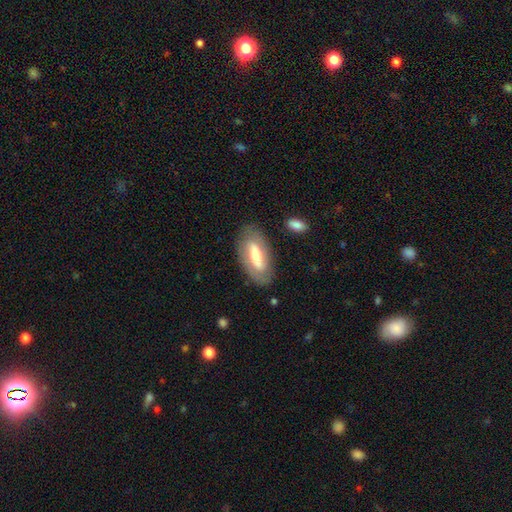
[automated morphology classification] Smooth or featured? Predicted: featured or disk (p=0.58). Edge-on disk? Predicted: no (p=0.84). Merging? Predicted: none (p=0.81).